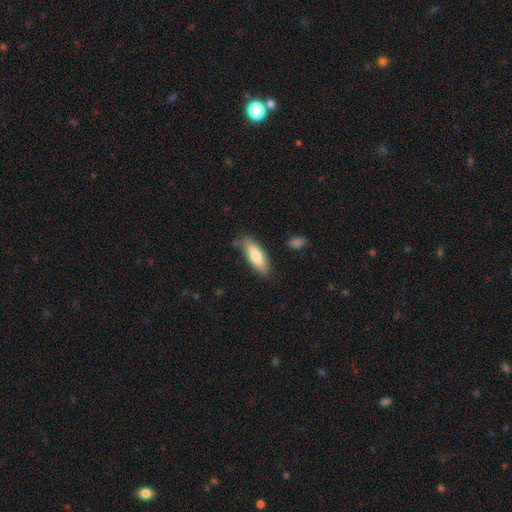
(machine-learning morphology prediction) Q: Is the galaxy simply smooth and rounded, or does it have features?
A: smooth — 76%.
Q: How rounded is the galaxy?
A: in between — 57%.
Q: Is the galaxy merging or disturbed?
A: none — 77%.